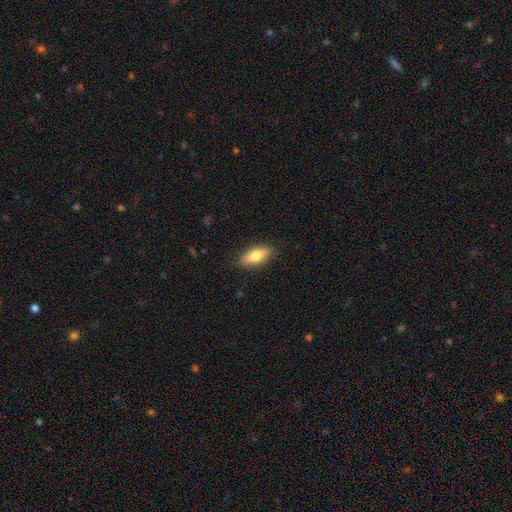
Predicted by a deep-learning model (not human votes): smooth 75%, featured or disk 19%, star or artifact 6%. Down the decision tree: how rounded — in between (74%); merging — none (87%).